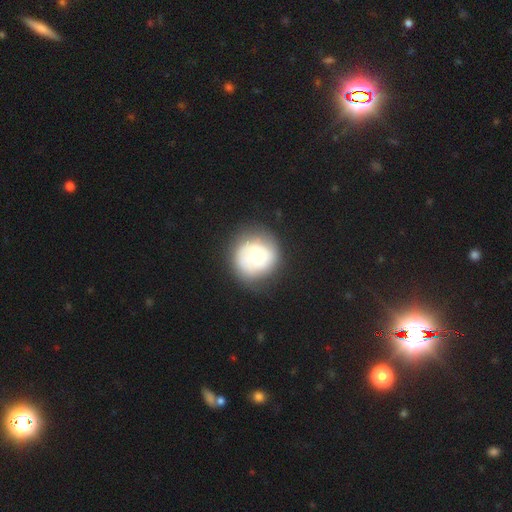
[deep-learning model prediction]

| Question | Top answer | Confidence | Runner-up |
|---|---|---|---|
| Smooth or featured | featured or disk | 47% | smooth (45%) |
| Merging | none | 71% | minor disturbance (18%) |